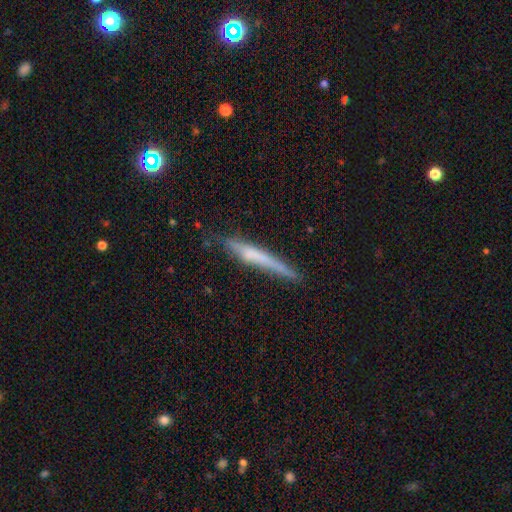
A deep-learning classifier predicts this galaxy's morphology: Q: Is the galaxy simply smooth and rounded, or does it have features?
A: smooth — 50%.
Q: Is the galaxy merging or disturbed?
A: none — 73%.